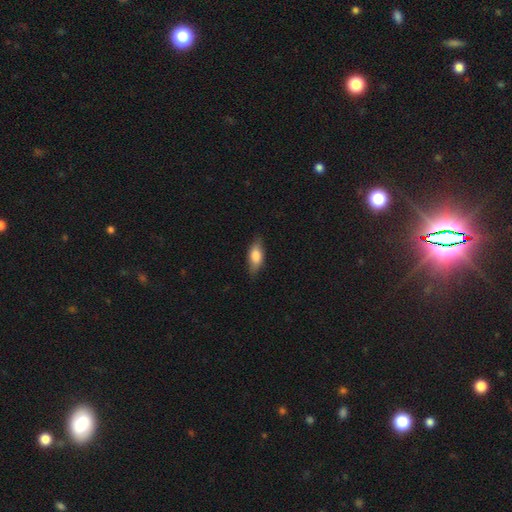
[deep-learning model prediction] Smooth or featured?
  - smooth: 72% *
  - featured or disk: 21%
  - star or artifact: 7%
How rounded?
  - in between: 78% *
  - cigar-shaped: 18%
  - round: 4%
Merging?
  - none: 79% *
  - minor disturbance: 17%
  - major disturbance: 3%
  - merger: 1%